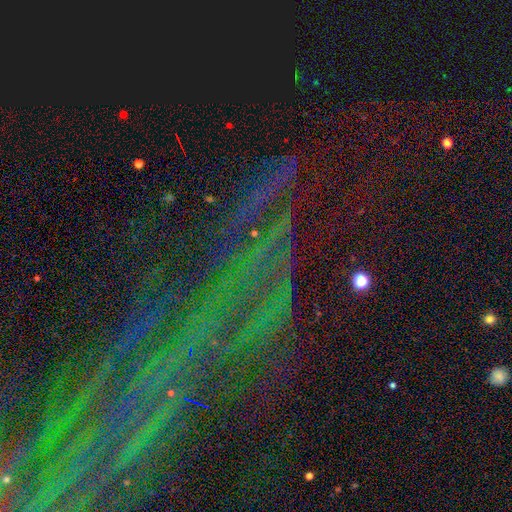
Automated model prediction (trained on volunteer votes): The model was most divided on "smooth or featured": star or artifact: 80%, featured or disk: 12%, smooth: 9%.